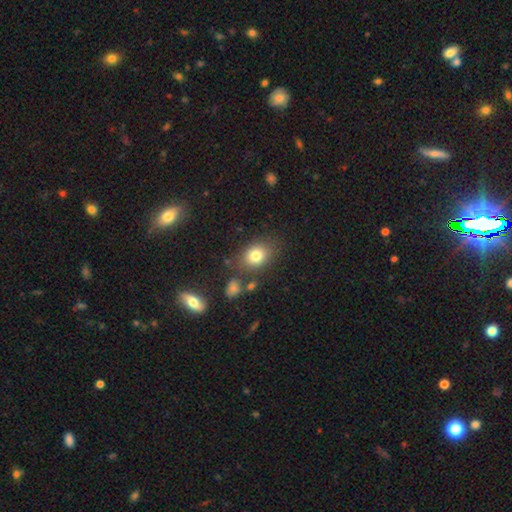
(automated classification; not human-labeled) Overall: smooth (79%). How rounded: in between (53%; round 46%). Merging: none (73%).